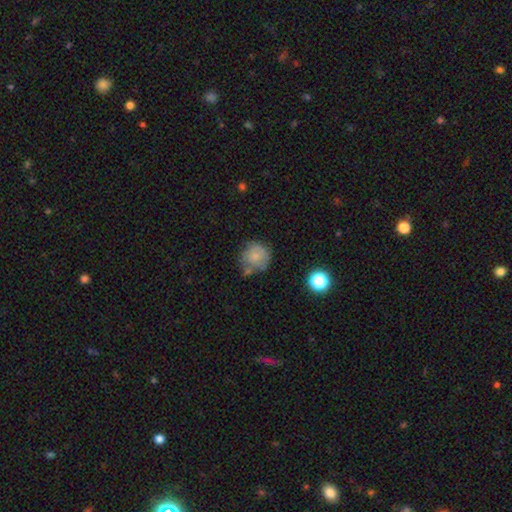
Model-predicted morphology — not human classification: type=smooth (74%); roundness=round (91%); merging=none (56%).